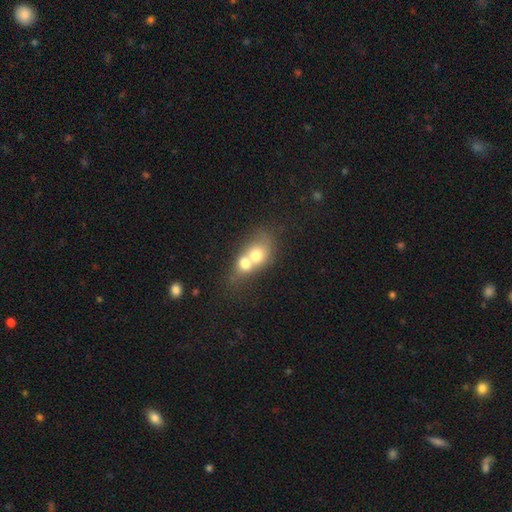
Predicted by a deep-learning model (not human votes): smooth_or_featured: smooth (p=0.65) [alt: featured or disk p=0.26]
how_rounded: in between (p=0.50) [alt: round p=0.48]
merging: merger (p=0.78) [alt: none p=0.13]